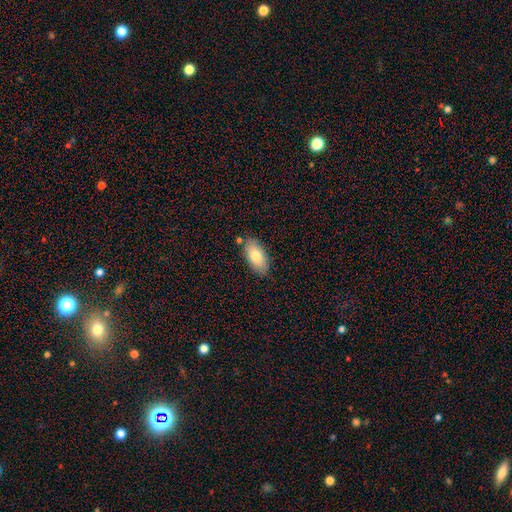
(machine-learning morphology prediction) smooth-or-featured: smooth: 76% | featured or disk: 17% | star or artifact: 7%
  how-rounded: in between: 93% | cigar-shaped: 4% | round: 3%
  merging: none: 81% | minor disturbance: 13% | merger: 4% | major disturbance: 3%